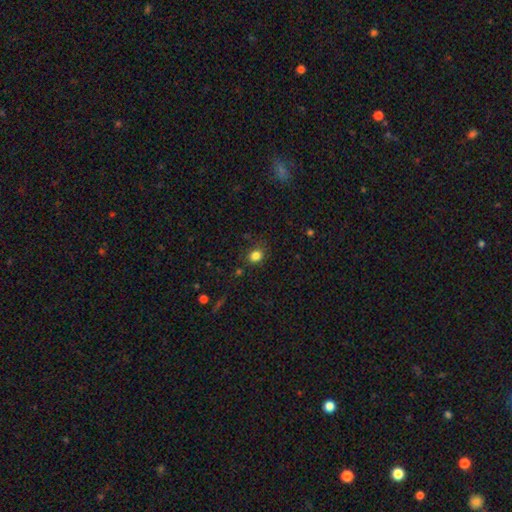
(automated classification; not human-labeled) smooth-or-featured: smooth: 83% | star or artifact: 12% | featured or disk: 5%
  how-rounded: round: 64% | in between: 35% | cigar-shaped: 1%
  merging: none: 80% | minor disturbance: 14% | major disturbance: 4% | merger: 2%